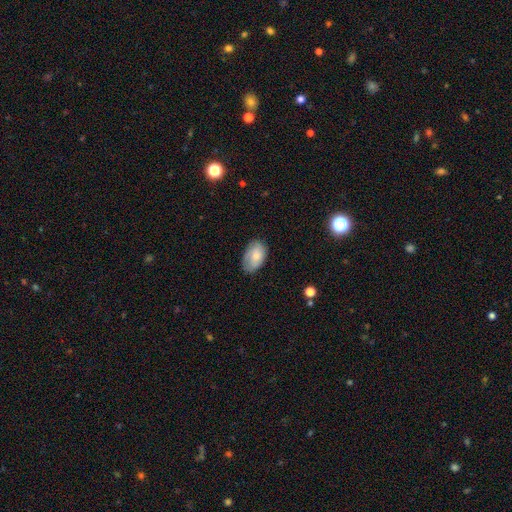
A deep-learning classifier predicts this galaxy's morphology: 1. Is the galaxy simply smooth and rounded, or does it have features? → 75% smooth, 18% featured or disk, 7% star or artifact.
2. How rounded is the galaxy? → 91% in between, 7% round, 1% cigar-shaped.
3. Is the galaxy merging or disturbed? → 71% none, 23% minor disturbance, 5% major disturbance, 1% merger.